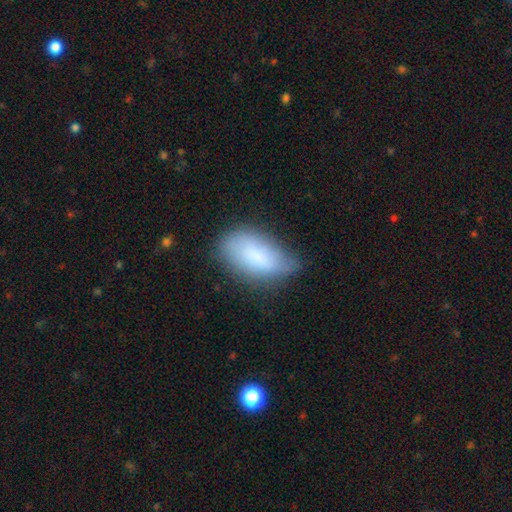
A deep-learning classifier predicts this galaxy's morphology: smooth_or_featured: smooth (p=0.78) [alt: featured or disk p=0.14]
how_rounded: in between (p=0.92) [alt: cigar-shaped p=0.05]
merging: none (p=0.52) [alt: minor disturbance p=0.35]